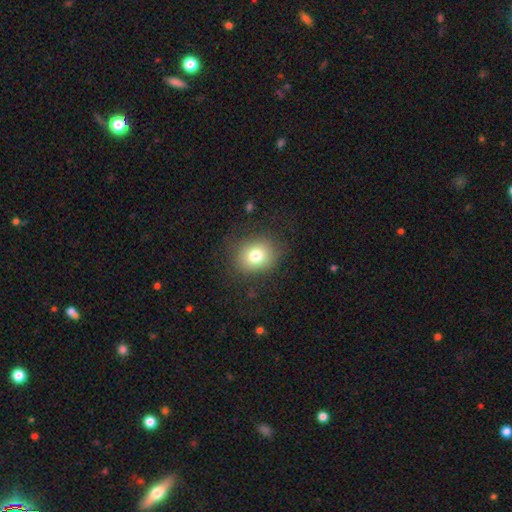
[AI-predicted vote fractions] smooth 77%, star or artifact 13%, featured or disk 11%. Down the decision tree: how rounded — round (70%); merging — none (83%).